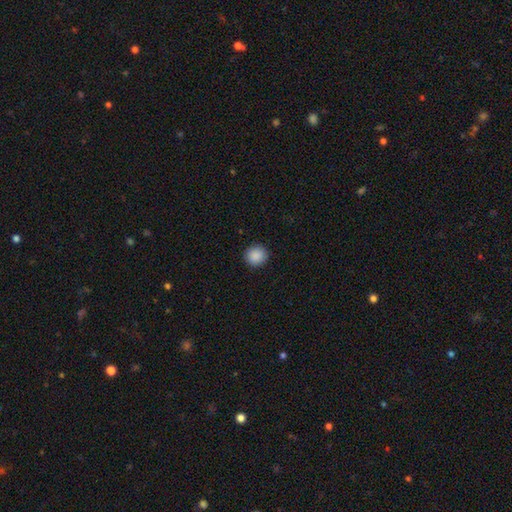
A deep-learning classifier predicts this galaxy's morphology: The model was most divided on "smooth or featured": smooth: 89%, star or artifact: 8%, featured or disk: 2%. More confident: merging — none (92%); how rounded — round (92%).